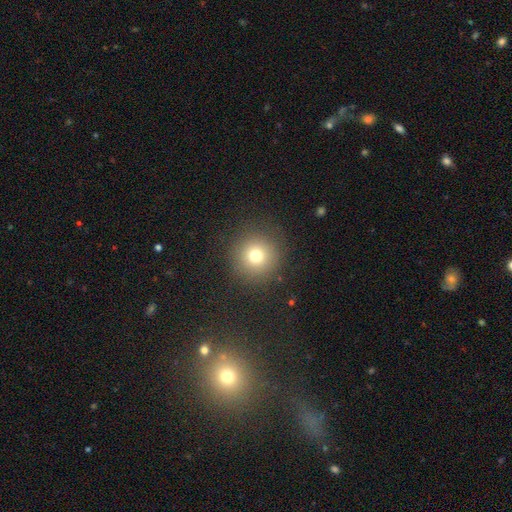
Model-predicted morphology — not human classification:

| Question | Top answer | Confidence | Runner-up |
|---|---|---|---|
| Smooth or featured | smooth | 74% | star or artifact (16%) |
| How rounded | round | 95% | in between (4%) |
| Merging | none | 88% | minor disturbance (7%) |